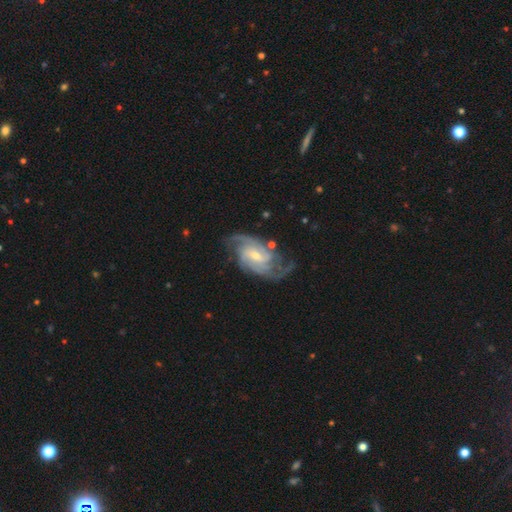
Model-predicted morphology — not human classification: Smooth or featured: featured or disk — 90% (smooth — 5%)
Edge-on disk: no — 97% (yes — 3%)
Bar: weak — 50% (no — 34%)
Spiral arms: yes — 98% (no — 2%)
Spiral winding: medium — 44% (tied with tight — 44%)
Spiral arm count: 2 — 32% (3 — 27%)
Bulge size: small — 52% (moderate — 42%)
Merging: none — 68% (minor disturbance — 19%)